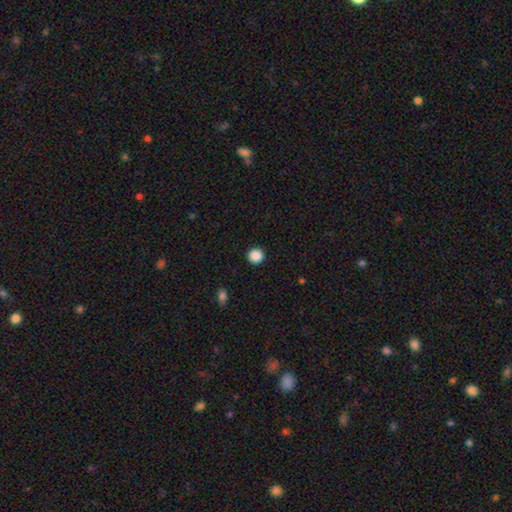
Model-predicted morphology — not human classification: Smooth or featured: smooth — 88% (star or artifact — 10%)
How rounded: round — 95% (in between — 4%)
Merging: none — 93% (minor disturbance — 4%)